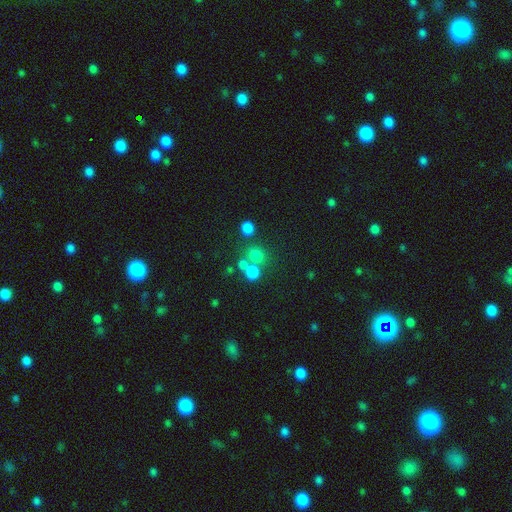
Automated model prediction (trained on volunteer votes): smooth-or-featured: smooth: 72% | star or artifact: 18% | featured or disk: 10%
  how-rounded: round: 79% | in between: 20% | cigar-shaped: 1%
  merging: none: 55% | merger: 31% | minor disturbance: 8% | major disturbance: 5%